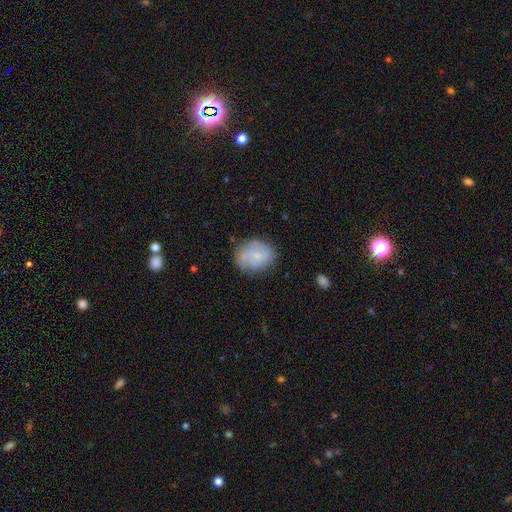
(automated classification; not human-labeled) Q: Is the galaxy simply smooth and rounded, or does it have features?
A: smooth — 63%.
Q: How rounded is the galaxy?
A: round — 59%.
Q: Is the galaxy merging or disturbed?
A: none — 64%.